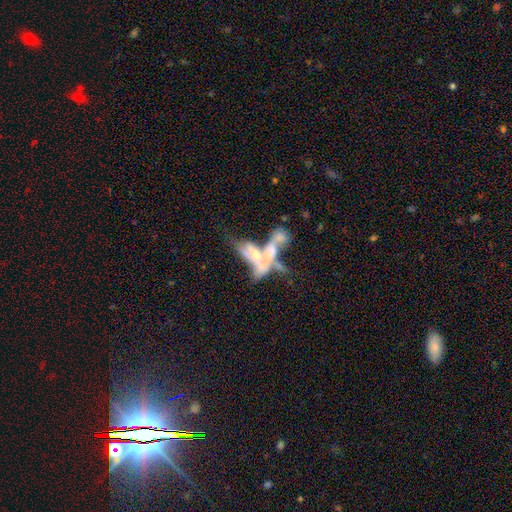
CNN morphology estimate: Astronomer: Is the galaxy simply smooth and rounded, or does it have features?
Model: featured or disk — 62%.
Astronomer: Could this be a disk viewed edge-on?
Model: no — 85%.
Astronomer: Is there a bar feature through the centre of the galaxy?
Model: no — 80%.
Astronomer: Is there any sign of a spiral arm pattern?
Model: no — 77%.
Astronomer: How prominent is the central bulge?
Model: moderate — 42% (runner-up: small, 33%).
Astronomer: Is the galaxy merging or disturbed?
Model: merger — 65%.